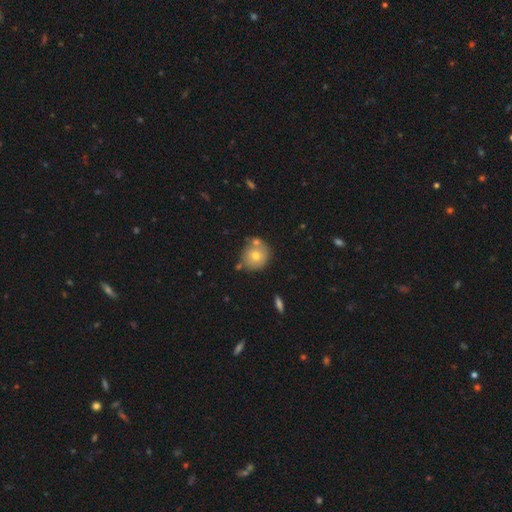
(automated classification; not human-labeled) A smooth galaxy with no disk features (66%) that is round (88%). Merging: none (64%).